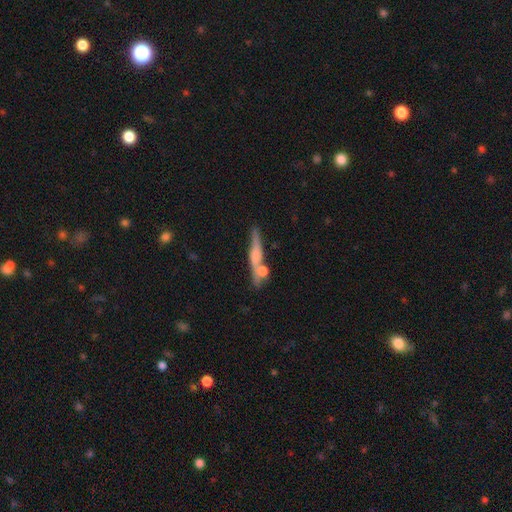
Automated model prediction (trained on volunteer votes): Q: Smooth or featured?
A: featured or disk (53%); runner-up: smooth (39%)
Q: Edge-on disk?
A: yes (89%); runner-up: no (11%)
Q: Merging?
A: none (62%); runner-up: merger (18%)